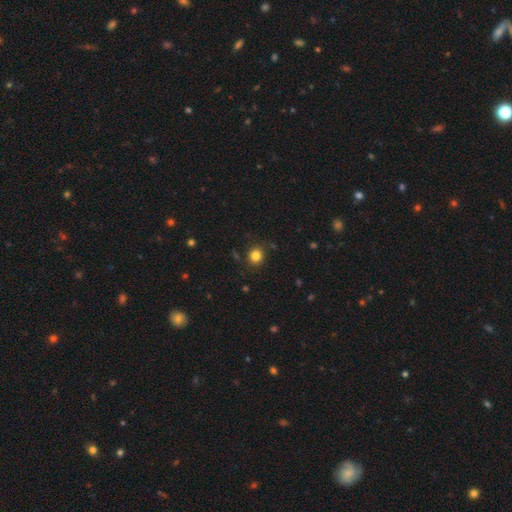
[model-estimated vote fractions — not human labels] Q: Smooth or featured?
A: smooth (83%); runner-up: star or artifact (12%)
Q: How rounded?
A: round (82%); runner-up: in between (17%)
Q: Merging?
A: none (88%); runner-up: minor disturbance (8%)